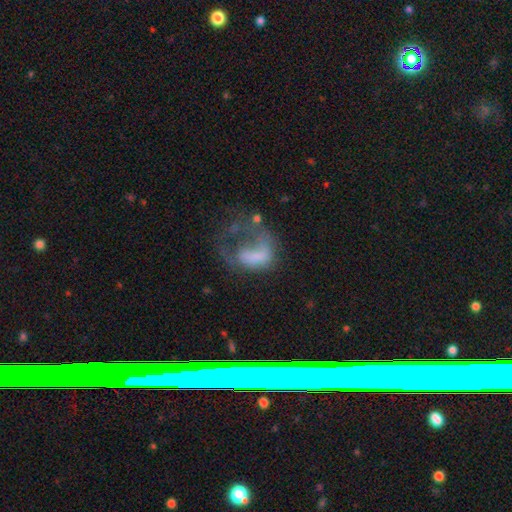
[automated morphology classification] A featured or disk galaxy (46%). Merging: major disturbance (62%).